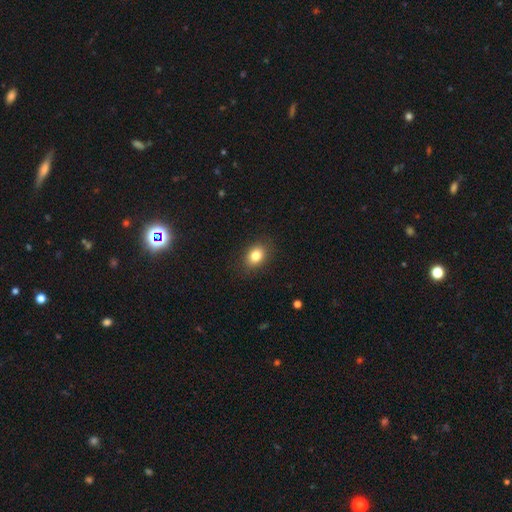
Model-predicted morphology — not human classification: Smooth or featured: smooth — 83% (star or artifact — 10%)
How rounded: in between — 66% (round — 33%)
Merging: none — 88% (minor disturbance — 9%)